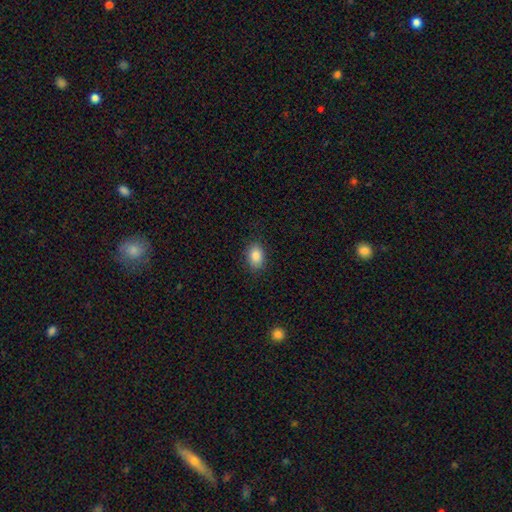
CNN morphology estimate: Overall: smooth (86%). How rounded: in between (80%). Merging: none (87%).